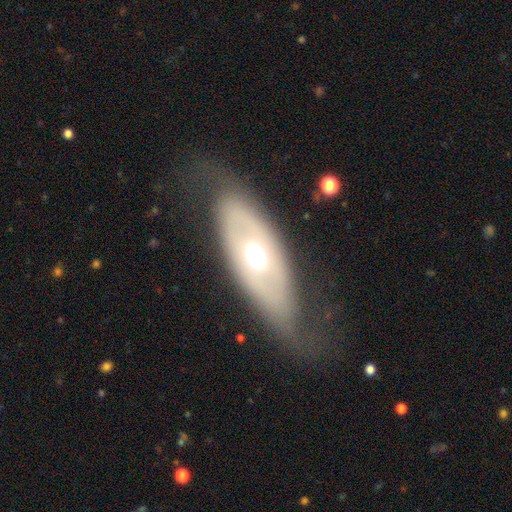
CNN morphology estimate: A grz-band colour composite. It shows a featured or disk galaxy (54%). Merging: none (62%).